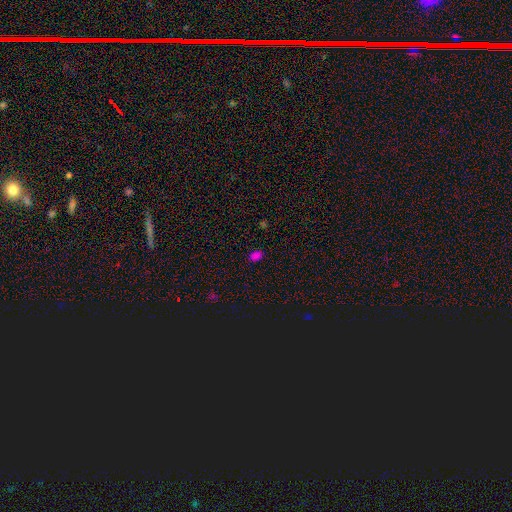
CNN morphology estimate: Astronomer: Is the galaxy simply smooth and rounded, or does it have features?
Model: smooth — 76%.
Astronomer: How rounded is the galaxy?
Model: in between — 76%.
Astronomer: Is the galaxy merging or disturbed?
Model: none — 87%.